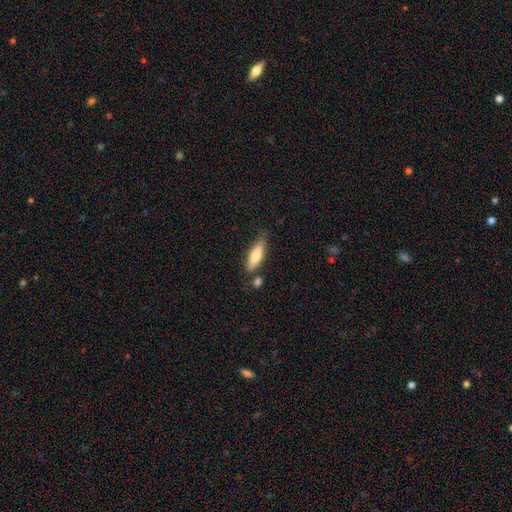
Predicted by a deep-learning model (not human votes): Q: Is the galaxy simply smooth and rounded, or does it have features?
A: smooth — 70%.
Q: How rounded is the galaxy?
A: cigar-shaped — 56%.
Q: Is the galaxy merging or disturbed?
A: none — 72%.